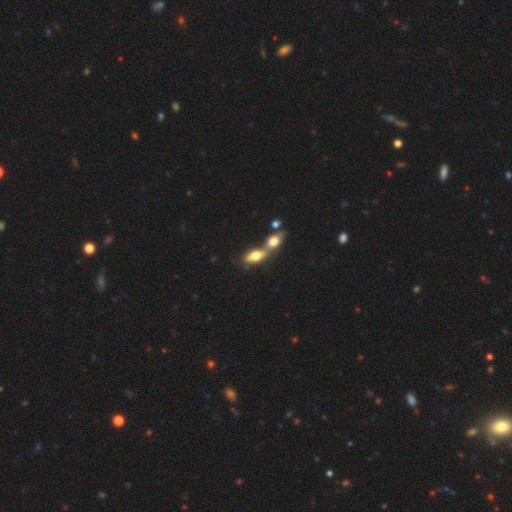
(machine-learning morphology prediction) A smooth galaxy with no disk features (67%) that is in between round and cigar-shaped (80%). Merging: merger (64%).